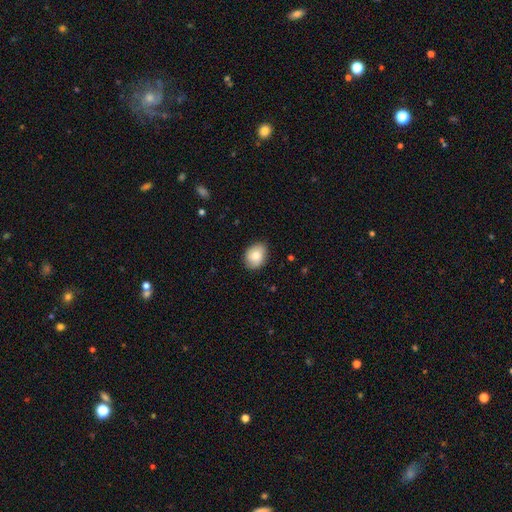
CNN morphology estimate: smooth_or_featured: smooth (p=0.81) [alt: featured or disk p=0.12]
how_rounded: in between (p=0.64) [alt: round p=0.35]
merging: none (p=0.81) [alt: minor disturbance p=0.16]